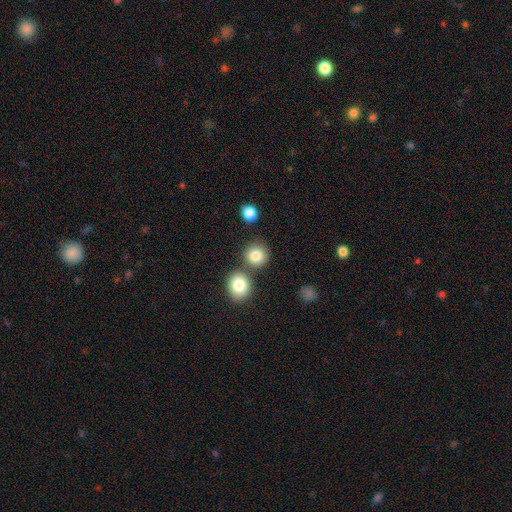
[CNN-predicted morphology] Smooth or featured: smooth — 84% (star or artifact — 9%)
How rounded: round — 87% (in between — 12%)
Merging: none — 70% (merger — 19%)